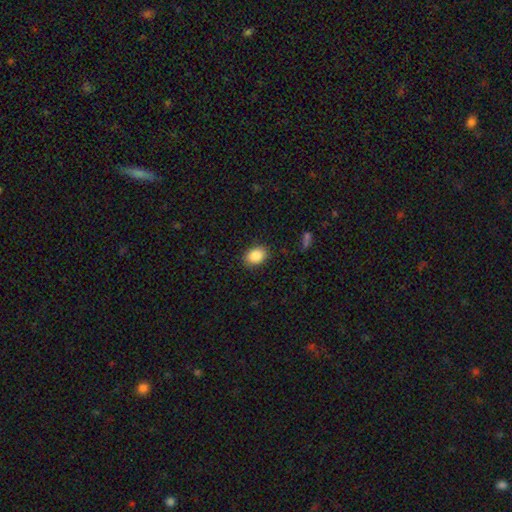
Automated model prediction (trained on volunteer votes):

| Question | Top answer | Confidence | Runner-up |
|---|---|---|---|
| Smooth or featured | smooth | 87% | star or artifact (8%) |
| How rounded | in between | 72% | round (27%) |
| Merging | none | 88% | minor disturbance (9%) |